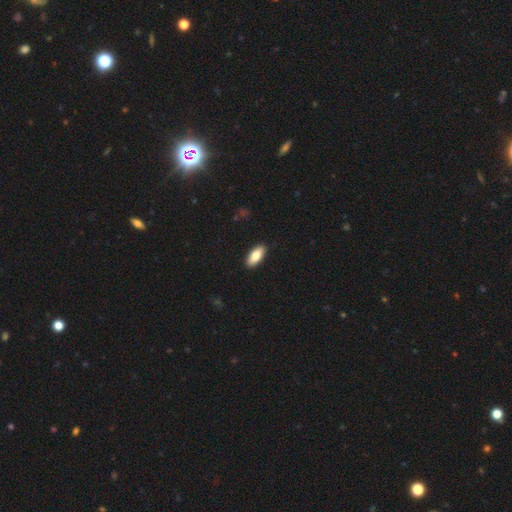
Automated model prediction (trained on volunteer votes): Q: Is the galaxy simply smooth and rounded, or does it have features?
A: smooth — 81%.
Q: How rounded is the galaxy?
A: in between — 84%.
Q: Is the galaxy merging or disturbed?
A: none — 90%.